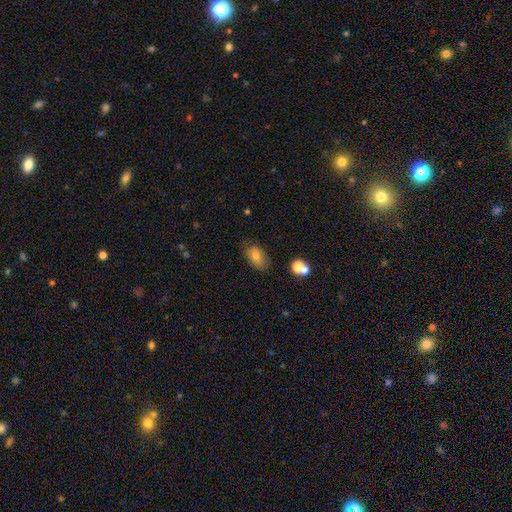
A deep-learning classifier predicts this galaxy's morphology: Smooth or featured? Predicted: smooth (p=0.76). How rounded? Predicted: in between (p=0.88). Merging? Predicted: none (p=0.71).